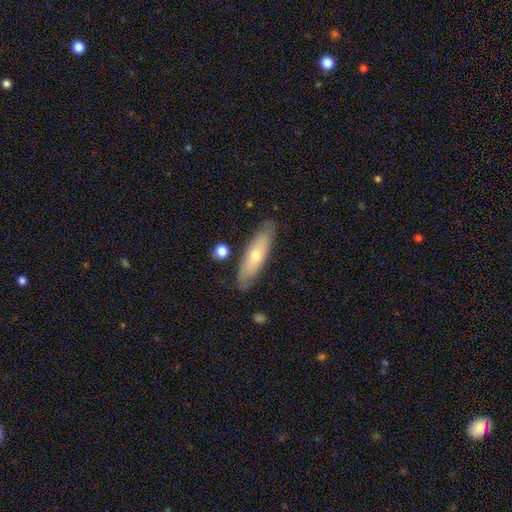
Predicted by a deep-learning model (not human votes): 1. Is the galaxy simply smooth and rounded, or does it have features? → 55% smooth, 38% featured or disk, 6% star or artifact.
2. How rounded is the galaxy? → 61% cigar-shaped, 37% in between, 2% round.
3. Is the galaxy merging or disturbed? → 81% none, 13% minor disturbance, 3% merger, 3% major disturbance.